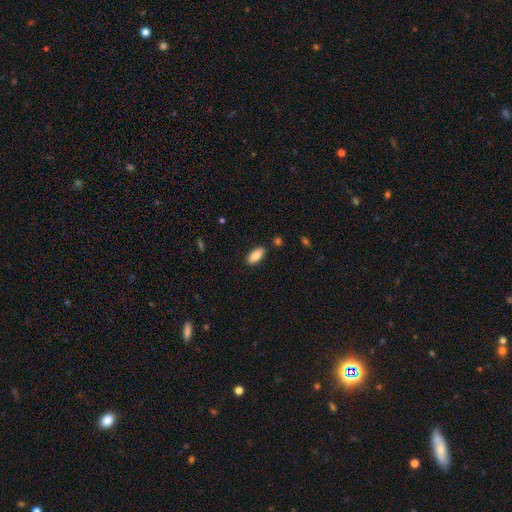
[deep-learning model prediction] Smooth or featured? Predicted: smooth (p=0.85). How rounded? Predicted: in between (p=0.87). Merging? Predicted: none (p=0.86).